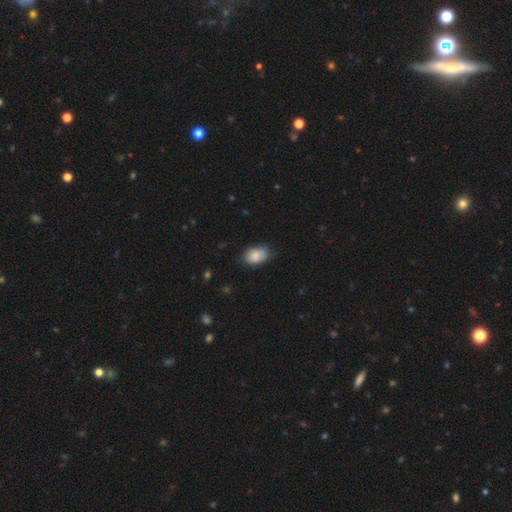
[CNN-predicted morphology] smooth-or-featured: smooth: 85% | featured or disk: 8% | star or artifact: 7%
  how-rounded: in between: 87% | round: 11% | cigar-shaped: 1%
  merging: none: 65% | minor disturbance: 29% | major disturbance: 5% | merger: 2%